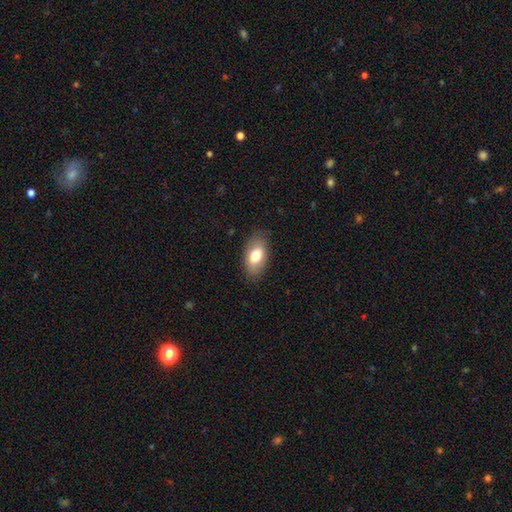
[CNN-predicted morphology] smooth_or_featured: smooth (p=0.76) [alt: featured or disk p=0.17]
how_rounded: in between (p=0.92) [alt: round p=0.05]
merging: none (p=0.83) [alt: minor disturbance p=0.12]